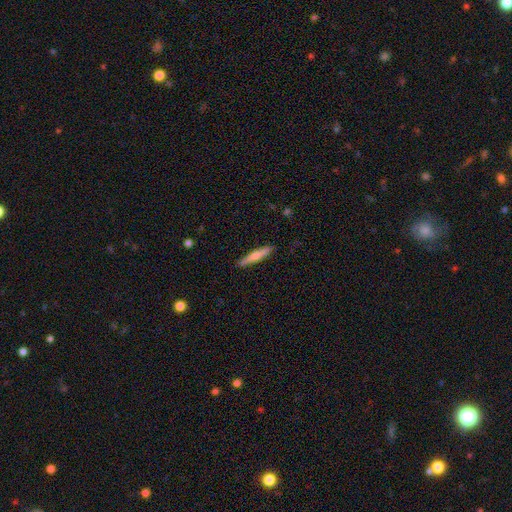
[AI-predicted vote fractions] Q: Smooth or featured?
A: smooth (60%); runner-up: featured or disk (35%)
Q: How rounded?
A: cigar-shaped (92%); runner-up: in between (6%)
Q: Merging?
A: none (90%); runner-up: minor disturbance (8%)